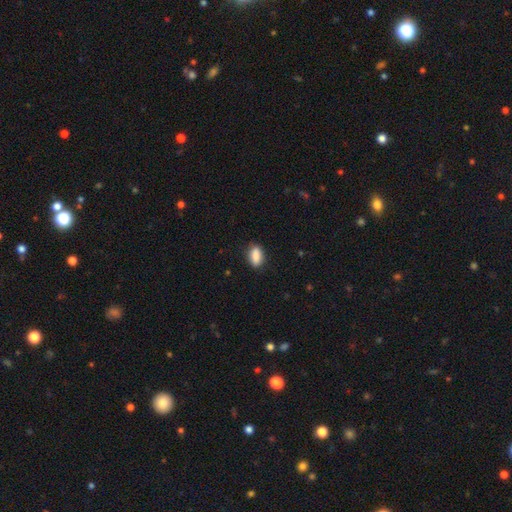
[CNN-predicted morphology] smooth_or_featured: smooth (p=0.88) [alt: star or artifact p=0.07]
how_rounded: in between (p=0.88) [alt: cigar-shaped p=0.06]
merging: none (p=0.84) [alt: minor disturbance p=0.12]